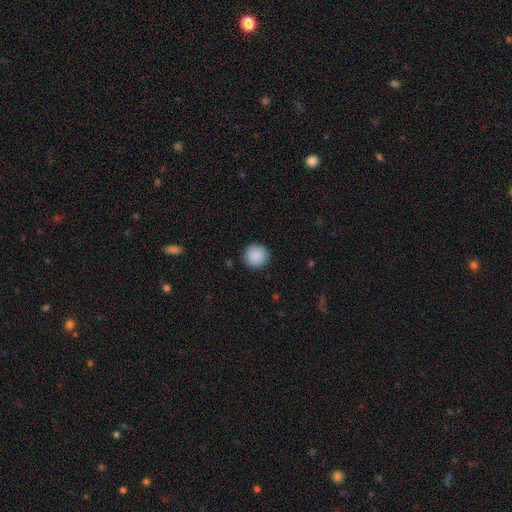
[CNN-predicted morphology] smooth-or-featured: smooth: 90% | star or artifact: 7% | featured or disk: 3%
  how-rounded: round: 94% | in between: 5% | cigar-shaped: 1%
  merging: none: 91% | minor disturbance: 6% | major disturbance: 2% | merger: 1%